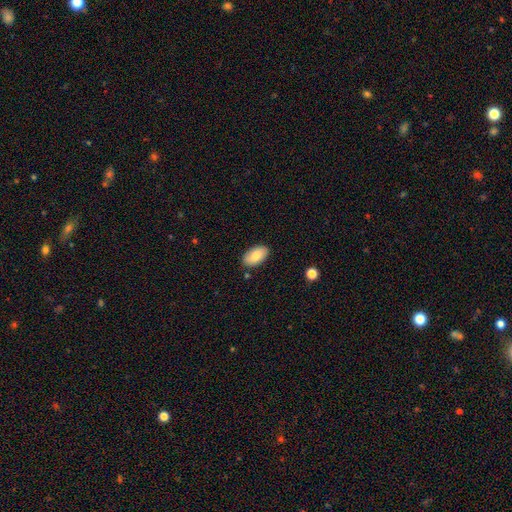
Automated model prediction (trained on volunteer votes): Morphology: type=smooth (82%); roundness=in between (95%); merging=none (87%).